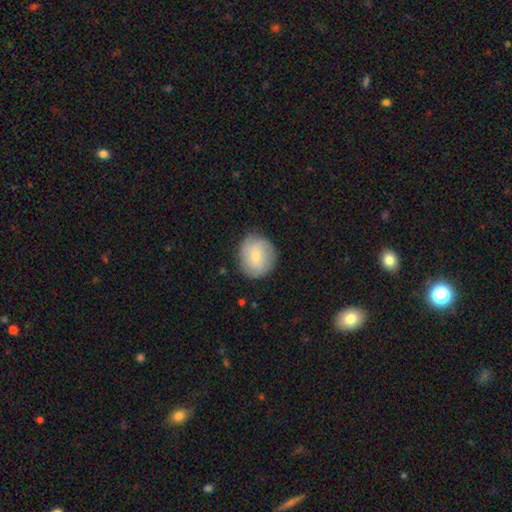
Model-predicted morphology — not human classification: smooth_or_featured: smooth (p=0.55) [alt: featured or disk p=0.37]
how_rounded: round (p=0.77) [alt: in between p=0.22]
merging: none (p=0.81) [alt: minor disturbance p=0.14]